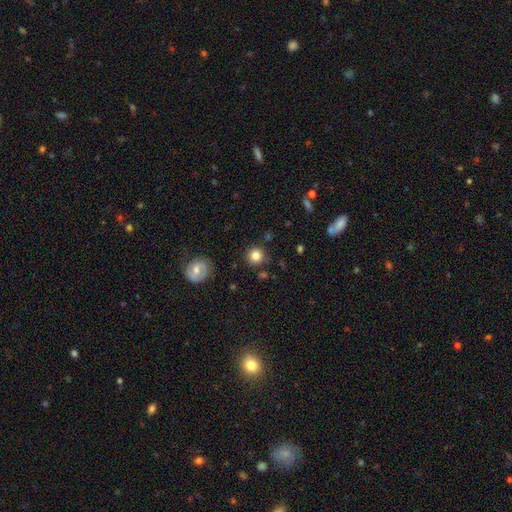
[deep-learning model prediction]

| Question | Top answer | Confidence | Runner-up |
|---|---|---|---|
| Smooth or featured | smooth | 82% | star or artifact (10%) |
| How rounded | round | 93% | in between (6%) |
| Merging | none | 87% | minor disturbance (8%) |